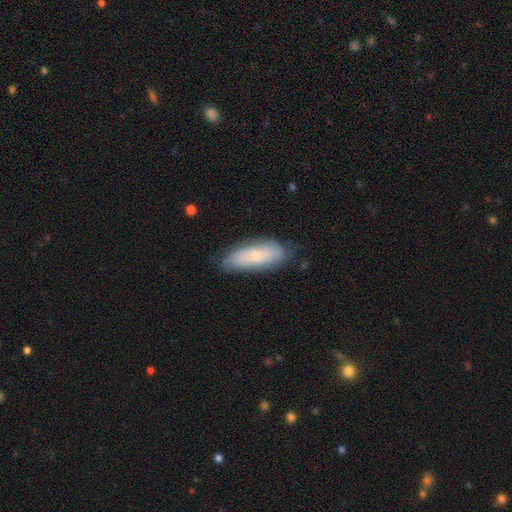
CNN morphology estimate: smooth-or-featured: smooth: 58% | featured or disk: 35% | star or artifact: 7%
  how-rounded: in between: 67% | cigar-shaped: 31% | round: 2%
  merging: none: 70% | minor disturbance: 23% | major disturbance: 5% | merger: 2%